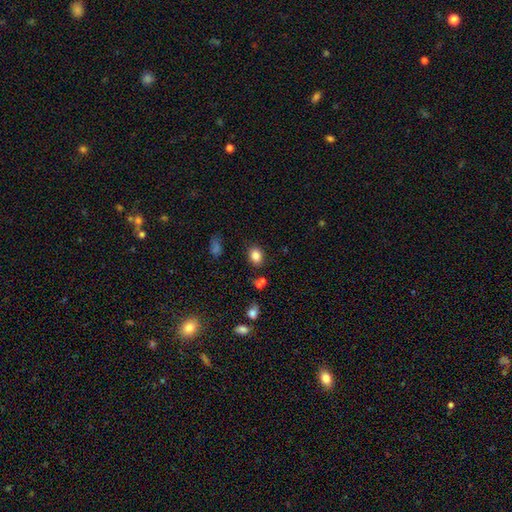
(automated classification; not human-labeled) Q: Smooth or featured?
A: smooth (84%); runner-up: star or artifact (11%)
Q: How rounded?
A: in between (63%); runner-up: round (36%)
Q: Merging?
A: none (82%); runner-up: minor disturbance (11%)